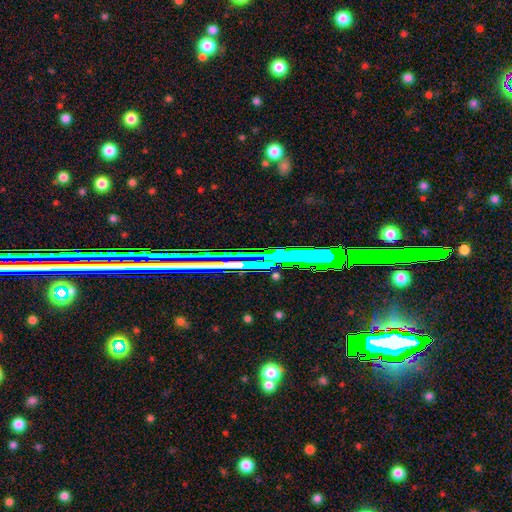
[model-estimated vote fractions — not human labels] Smooth or featured? Predicted: star or artifact (p=0.67).